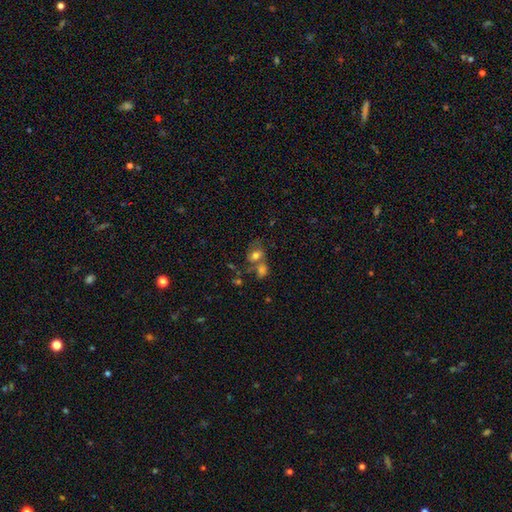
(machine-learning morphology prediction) smooth_or_featured: smooth (p=0.60) [alt: featured or disk p=0.29]
how_rounded: in between (p=0.61) [alt: round p=0.38]
merging: merger (p=0.51) [alt: none p=0.30]